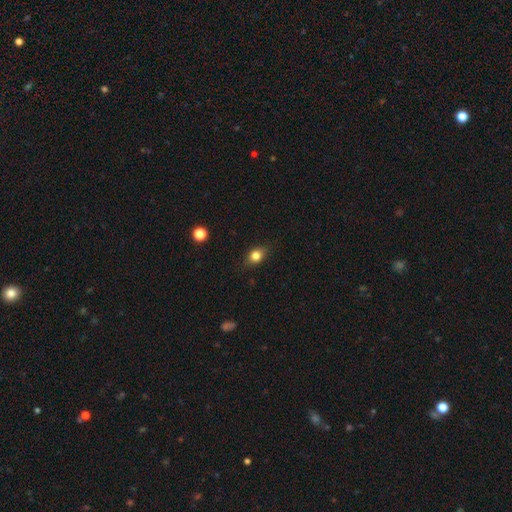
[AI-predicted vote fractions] This appears to be a smooth galaxy with no disk features (79%) that is in between round and cigar-shaped (59%). Merging: none (82%).